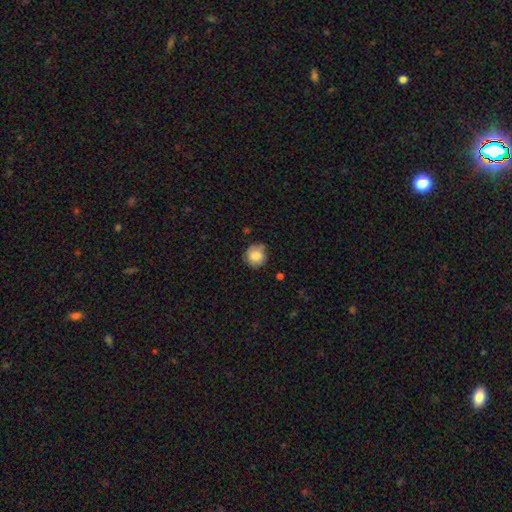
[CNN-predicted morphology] The model was most divided on "merging": none: 74%, minor disturbance: 20%, major disturbance: 4%, merger: 2%. More confident: how rounded — round (91%); smooth or featured — smooth (82%).